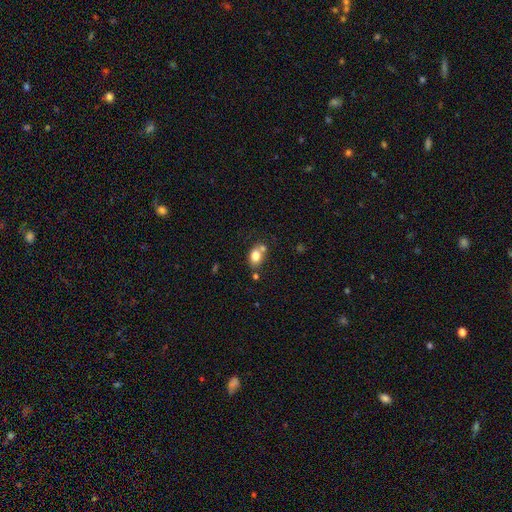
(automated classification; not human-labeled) This appears to be a smooth galaxy with no disk features (79%) that is in between round and cigar-shaped (68%). Merging: none (53%).